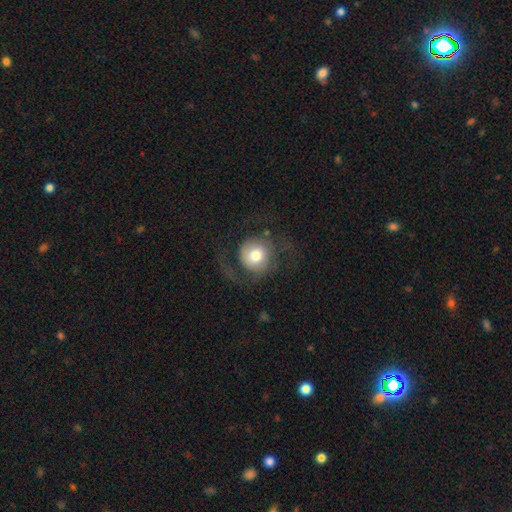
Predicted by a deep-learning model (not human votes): Morphology: type=smooth (50%); roundness=round (90%); merging=none (55%).